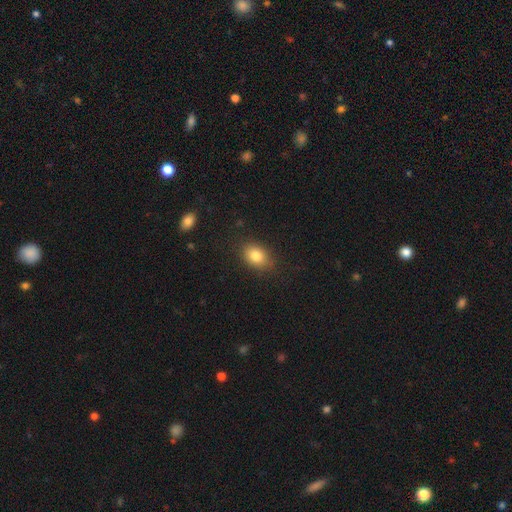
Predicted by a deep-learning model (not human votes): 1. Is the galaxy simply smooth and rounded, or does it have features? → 82% smooth, 10% star or artifact, 8% featured or disk.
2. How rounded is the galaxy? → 70% in between, 29% round, 1% cigar-shaped.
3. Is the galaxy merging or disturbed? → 84% none, 11% minor disturbance, 3% major disturbance, 1% merger.